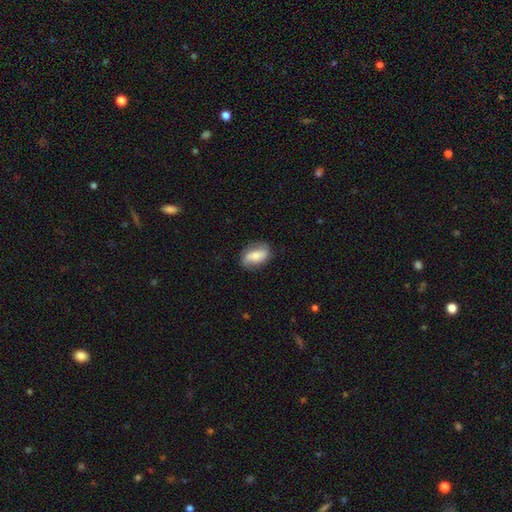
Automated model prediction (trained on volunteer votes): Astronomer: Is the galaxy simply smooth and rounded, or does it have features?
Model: smooth — 53% (runner-up: featured or disk, 39%).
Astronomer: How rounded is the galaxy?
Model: in between — 85%.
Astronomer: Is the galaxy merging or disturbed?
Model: none — 76%.